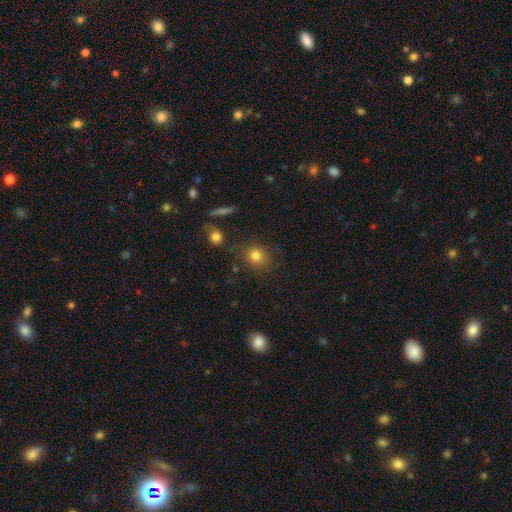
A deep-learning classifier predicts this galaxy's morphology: This appears to be a smooth galaxy with no disk features (80%) that is round (77%). Merging: none (76%).